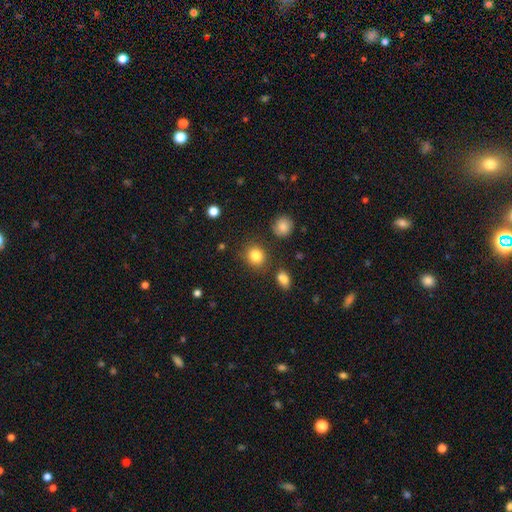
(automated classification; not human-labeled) A smooth galaxy with no disk features (83%) that is round (77%).

Vote fractions:
- Smooth or featured? smooth: 83% / star or artifact: 12% / featured or disk: 6%
- How rounded? round: 77% / in between: 22% / cigar-shaped: 1%
- Merging? none: 83% / minor disturbance: 9% / merger: 5% / major disturbance: 3%